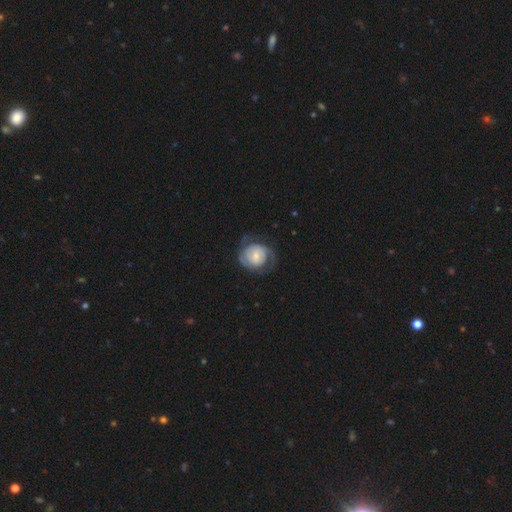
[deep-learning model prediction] Smooth or featured? Predicted: featured or disk (p=0.70). Edge-on disk? Predicted: no (p=0.98). Bar? Predicted: no (p=0.61). Spiral arms? Predicted: yes (p=0.87). Spiral winding? Predicted: tight (p=0.50). Spiral arm count? Predicted: 2 (p=0.72). Bulge size? Predicted: small (p=0.55). Merging? Predicted: none (p=0.64).